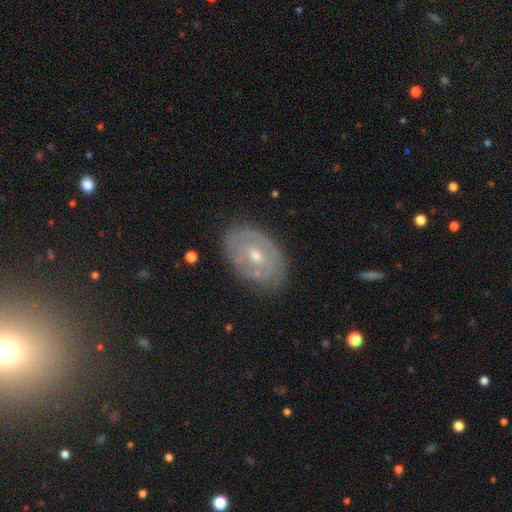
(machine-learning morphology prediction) featured or disk 66%, smooth 27%, star or artifact 7%. Down the decision tree: edge-on disk — no (94%); bar — no (66%); spiral arms — yes (56%); bulge size — moderate (53%); merging — none (74%).